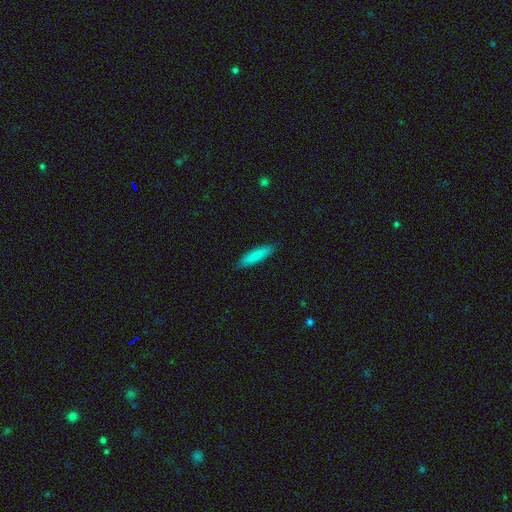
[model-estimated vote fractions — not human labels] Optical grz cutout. It shows a smooth galaxy with no disk features (83%) that is cigar-shaped (71%). Merging: none (87%).